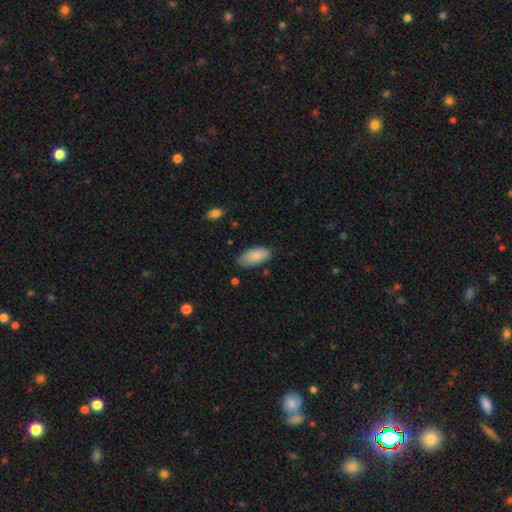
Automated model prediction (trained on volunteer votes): smooth-or-featured: smooth: 88% | featured or disk: 6% | star or artifact: 6%
  how-rounded: in between: 91% | cigar-shaped: 8% | round: 2%
  merging: none: 79% | minor disturbance: 17% | major disturbance: 3% | merger: 2%